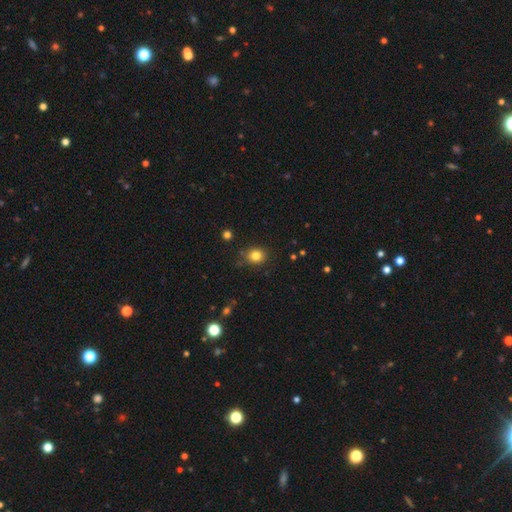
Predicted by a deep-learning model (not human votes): A smooth galaxy with no disk features (82%) that is round (76%). Merging: none (82%).